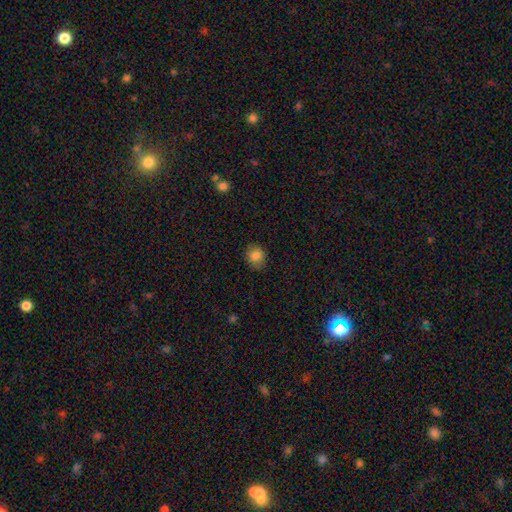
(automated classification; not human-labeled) Smooth or featured: smooth — 82% (star or artifact — 10%)
How rounded: round — 73% (in between — 26%)
Merging: none — 84% (minor disturbance — 12%)